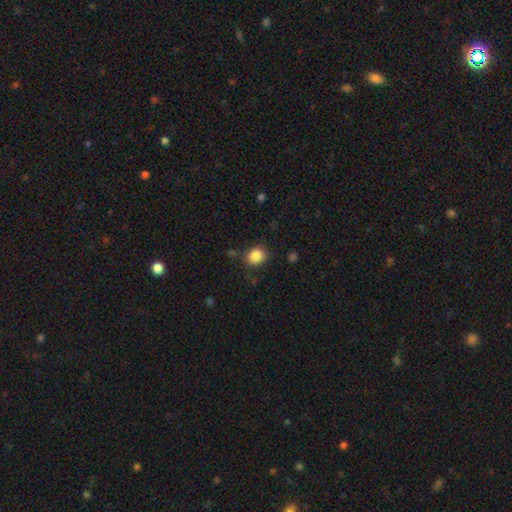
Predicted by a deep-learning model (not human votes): Smooth or featured: smooth — 86% (star or artifact — 10%)
How rounded: round — 73% (in between — 26%)
Merging: none — 80% (minor disturbance — 13%)